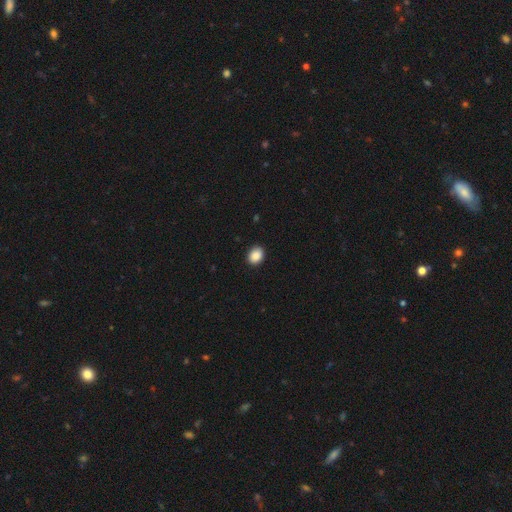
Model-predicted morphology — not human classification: smooth_or_featured: smooth (p=0.89) [alt: star or artifact p=0.08]
how_rounded: in between (p=0.58) [alt: round p=0.41]
merging: none (p=0.90) [alt: minor disturbance p=0.07]